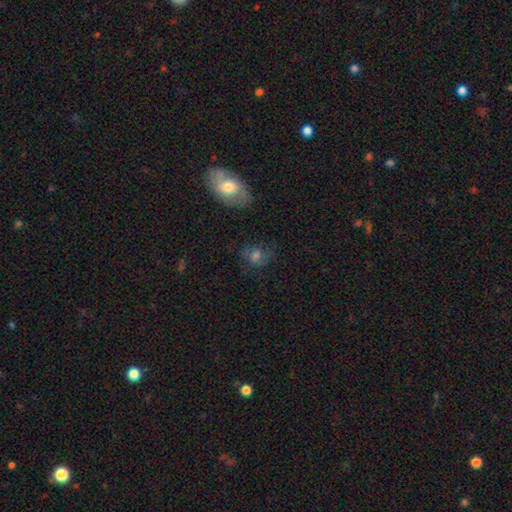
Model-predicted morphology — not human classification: This appears to be a smooth galaxy with no disk features (58%) that is round (49%, tied with in between). Merging: none (65%).